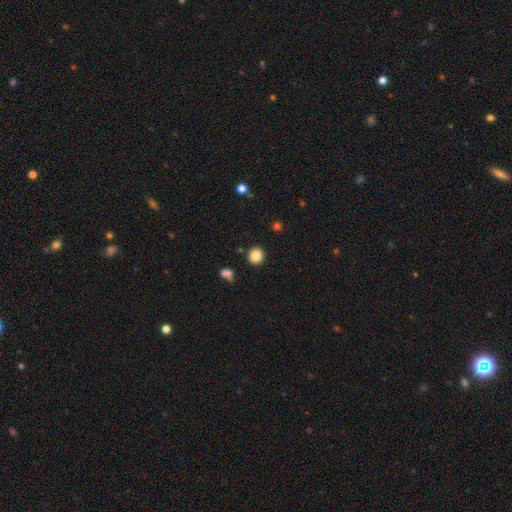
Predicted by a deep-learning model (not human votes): smooth-or-featured: smooth: 85% | star or artifact: 10% | featured or disk: 5%
  how-rounded: round: 91% | in between: 8% | cigar-shaped: 1%
  merging: none: 90% | minor disturbance: 6% | merger: 3% | major disturbance: 2%